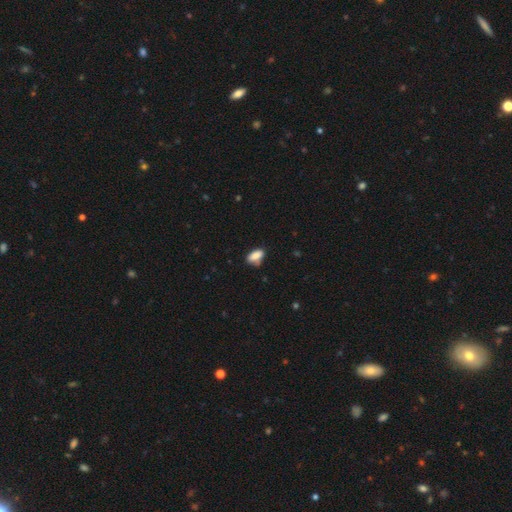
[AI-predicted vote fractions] smooth_or_featured: smooth (p=0.85) [alt: star or artifact p=0.08]
how_rounded: in between (p=0.88) [alt: cigar-shaped p=0.08]
merging: none (p=0.64) [alt: minor disturbance p=0.25]